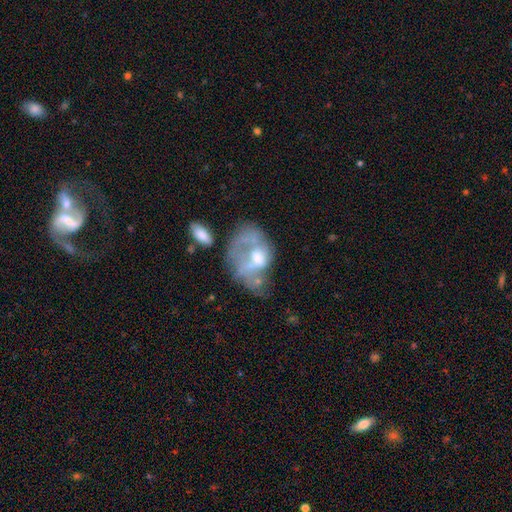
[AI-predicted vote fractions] smooth_or_featured: featured or disk (p=0.57) [alt: smooth p=0.32]
disk_edge_on: no (p=0.96) [alt: yes p=0.04]
bar: no (p=0.80) [alt: weak p=0.16]
has_spiral_arms: no (p=0.82) [alt: yes p=0.18]
bulge_size: moderate (p=0.52) [alt: small p=0.17]
merging: major disturbance (p=0.36) [alt: merger p=0.24]